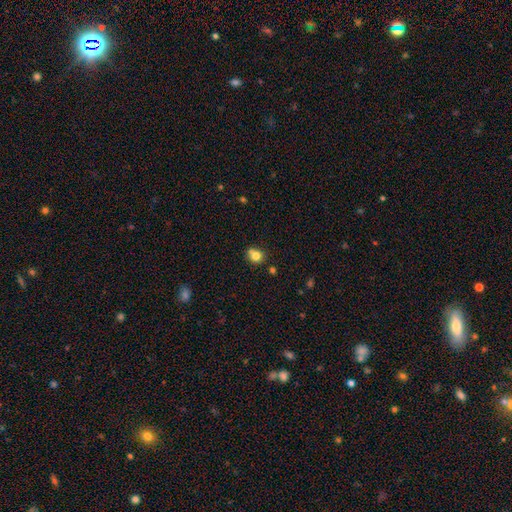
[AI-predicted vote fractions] Smooth or featured?
  - smooth: 78% *
  - star or artifact: 12%
  - featured or disk: 10%
How rounded?
  - round: 80% *
  - in between: 19%
  - cigar-shaped: 1%
Merging?
  - none: 61% *
  - merger: 22%
  - minor disturbance: 13%
  - major disturbance: 4%